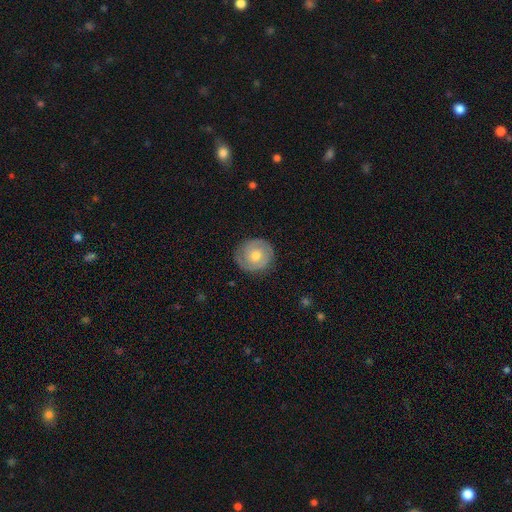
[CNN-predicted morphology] A featured or disk galaxy (68%) with no bar (75%), 2 (68%) tight (71%) spiral arms (87%) and a moderate central bulge (70%). Merging: none (84%).